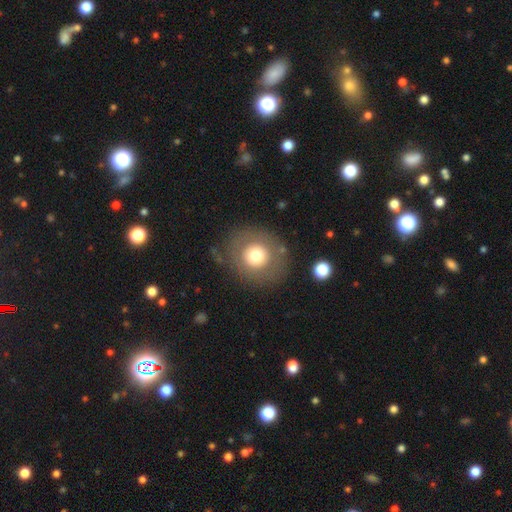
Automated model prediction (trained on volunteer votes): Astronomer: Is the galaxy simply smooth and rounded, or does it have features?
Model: smooth — 66%.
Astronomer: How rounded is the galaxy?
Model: round — 86%.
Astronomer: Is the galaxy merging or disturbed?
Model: none — 78%.